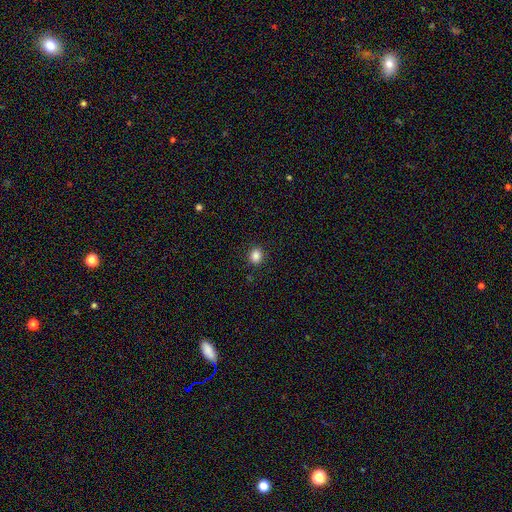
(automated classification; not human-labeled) A smooth galaxy with no disk features (85%) that is round (52%).

Vote fractions:
- Smooth or featured? smooth: 85% / star or artifact: 11% / featured or disk: 4%
- How rounded? round: 52% / in between: 47% / cigar-shaped: 1%
- Merging? none: 89% / minor disturbance: 8% / major disturbance: 2% / merger: 1%